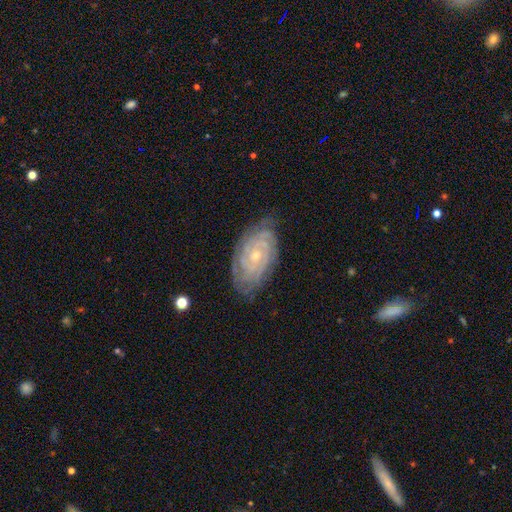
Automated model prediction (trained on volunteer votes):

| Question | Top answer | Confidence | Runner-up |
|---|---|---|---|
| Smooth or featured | featured or disk | 87% | smooth (7%) |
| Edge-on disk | no | 96% | yes (4%) |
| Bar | no | 74% | weak (20%) |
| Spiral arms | yes | 97% | no (3%) |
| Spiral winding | tight | 83% | medium (15%) |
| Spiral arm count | can't tell | 27% | 2 (21%) |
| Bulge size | small | 68% | moderate (30%) |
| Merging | none | 77% | minor disturbance (18%) |